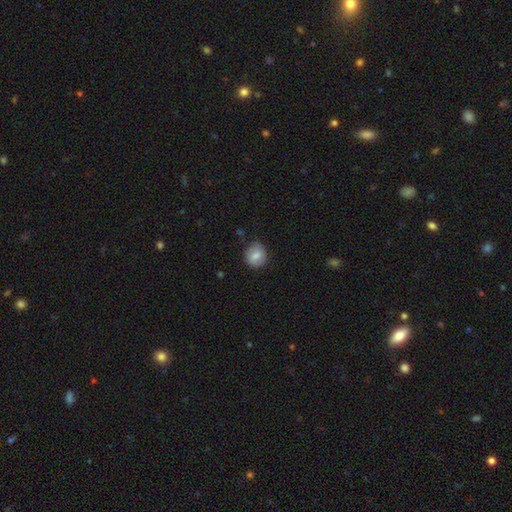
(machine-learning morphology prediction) Smooth or featured: smooth — 76% (featured or disk — 16%)
How rounded: round — 79% (in between — 20%)
Merging: none — 79% (minor disturbance — 16%)